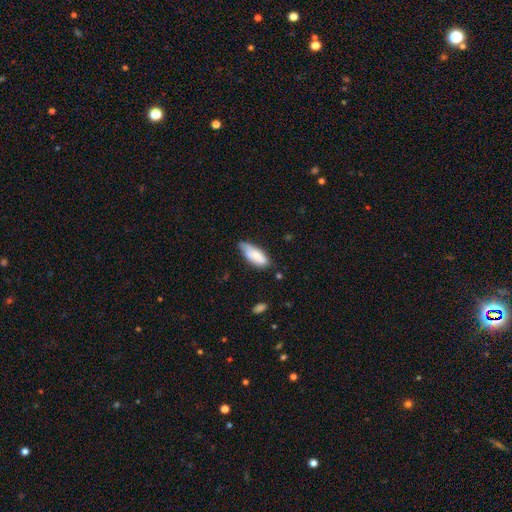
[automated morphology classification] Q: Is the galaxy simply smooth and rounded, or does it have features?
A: smooth — 78%.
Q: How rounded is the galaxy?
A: in between — 77%.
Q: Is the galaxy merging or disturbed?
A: none — 53%.